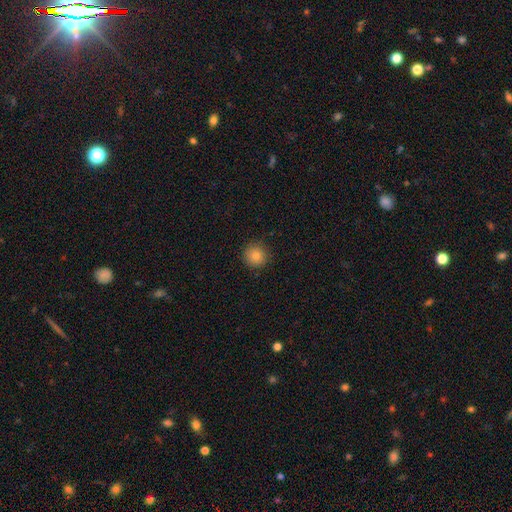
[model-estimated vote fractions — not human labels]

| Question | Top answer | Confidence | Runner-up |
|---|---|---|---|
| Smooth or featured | smooth | 82% | star or artifact (12%) |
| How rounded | round | 95% | in between (5%) |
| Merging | none | 90% | minor disturbance (7%) |